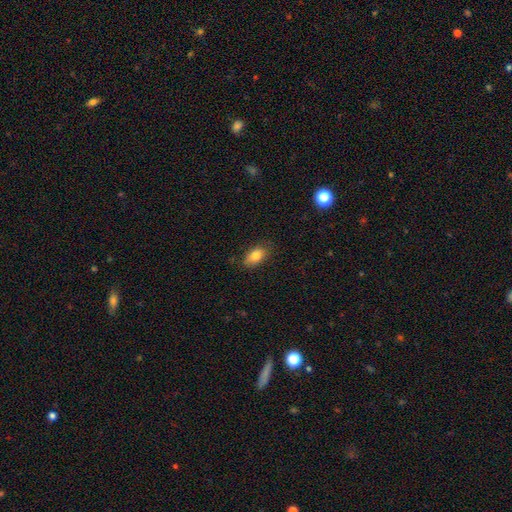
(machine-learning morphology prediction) This is clearly a smooth galaxy (81%). How rounded: clearly in between (88%). Merging: likely none (78%).